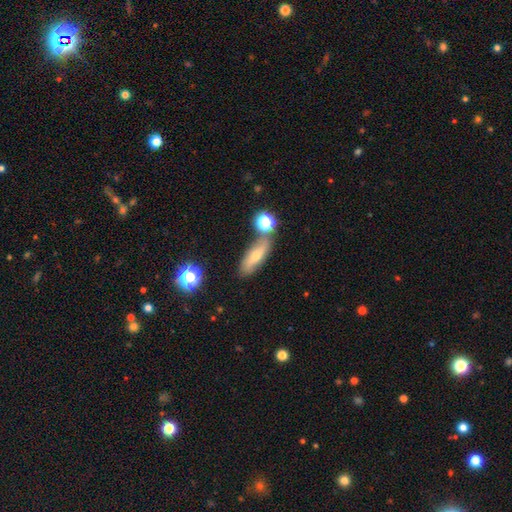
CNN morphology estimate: smooth_or_featured: smooth (p=0.47) [alt: featured or disk p=0.42]
merging: none (p=0.69) [alt: minor disturbance p=0.16]